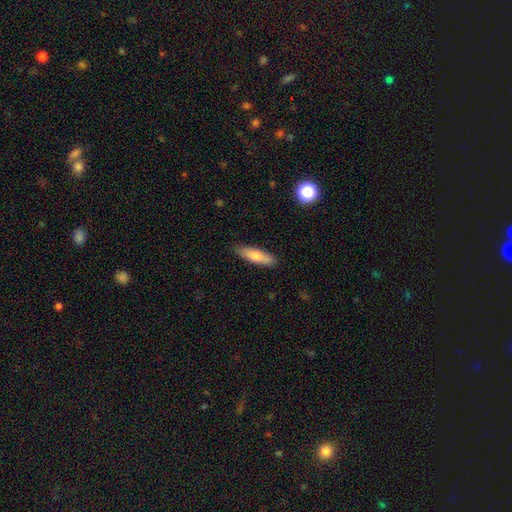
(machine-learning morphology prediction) Smooth or featured: smooth — 74% (featured or disk — 19%)
How rounded: cigar-shaped — 61% (in between — 37%)
Merging: none — 88% (minor disturbance — 9%)